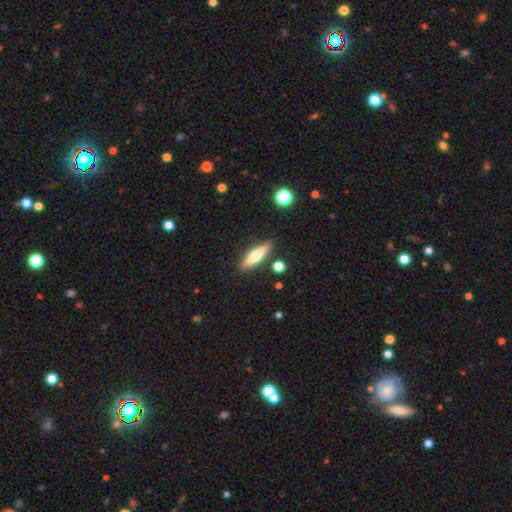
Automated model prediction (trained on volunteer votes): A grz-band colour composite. It shows a smooth galaxy with no disk features (59%) that is cigar-shaped (68%). Merging: none (86%).